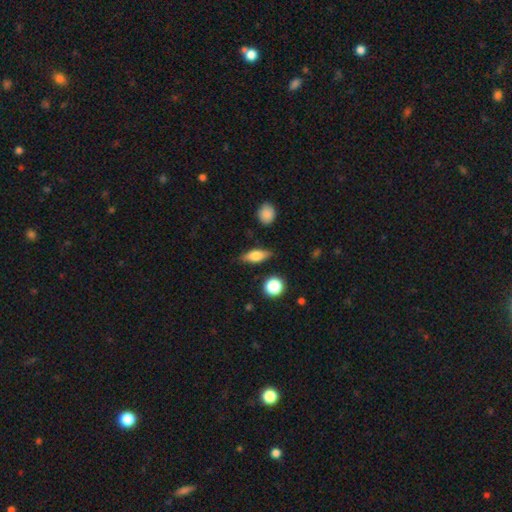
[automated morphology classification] Q: Smooth or featured?
A: smooth (62%); runner-up: featured or disk (30%)
Q: How rounded?
A: in between (64%); runner-up: cigar-shaped (28%)
Q: Merging?
A: none (82%); runner-up: minor disturbance (13%)